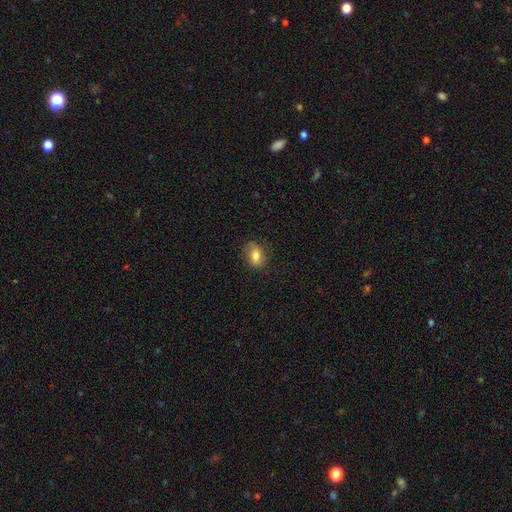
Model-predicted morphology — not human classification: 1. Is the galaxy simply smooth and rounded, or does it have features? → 78% smooth, 13% featured or disk, 9% star or artifact.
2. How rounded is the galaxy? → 78% in between, 19% round, 3% cigar-shaped.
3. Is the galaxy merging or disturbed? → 77% none, 17% minor disturbance, 5% major disturbance, 1% merger.